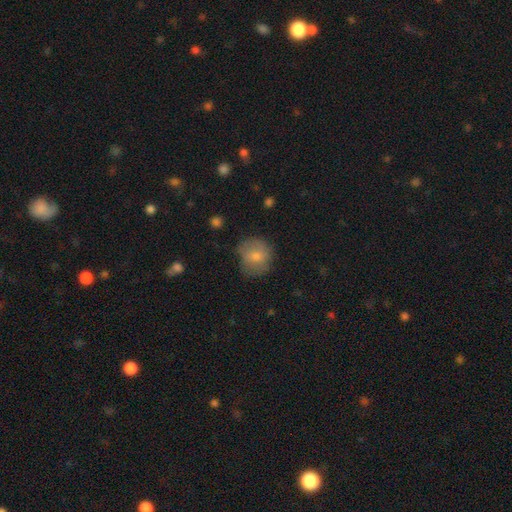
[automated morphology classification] Q: Smooth or featured?
A: smooth (75%); runner-up: featured or disk (17%)
Q: How rounded?
A: round (82%); runner-up: in between (17%)
Q: Merging?
A: none (63%); runner-up: minor disturbance (26%)